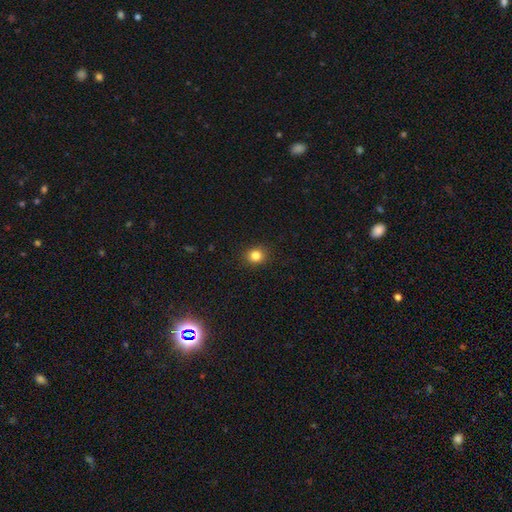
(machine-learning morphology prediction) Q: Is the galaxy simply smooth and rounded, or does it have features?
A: smooth — 83%.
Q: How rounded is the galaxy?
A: round — 81%.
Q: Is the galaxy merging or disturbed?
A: none — 91%.